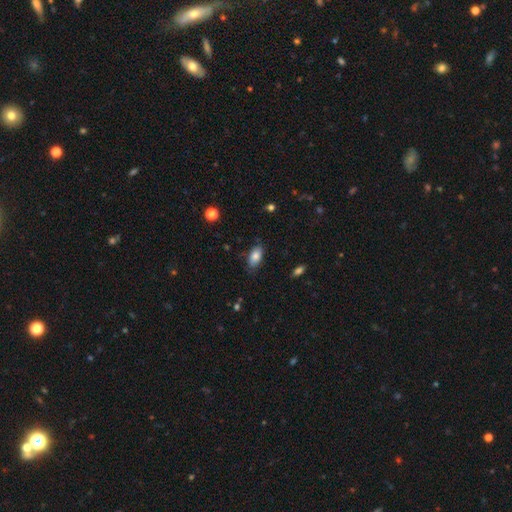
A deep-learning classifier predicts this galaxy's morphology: smooth 83%, featured or disk 10%, star or artifact 8%. Down the decision tree: how rounded — in between (92%); merging — none (78%).